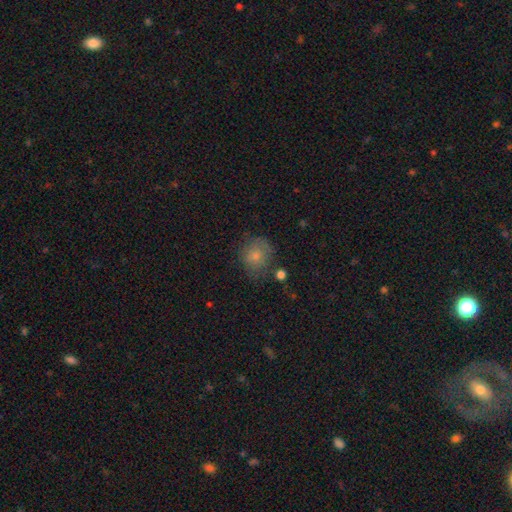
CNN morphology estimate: smooth-or-featured: smooth: 77% | featured or disk: 13% | star or artifact: 10%
  how-rounded: round: 71% | in between: 28% | cigar-shaped: 1%
  merging: none: 57% | minor disturbance: 26% | major disturbance: 12% | merger: 5%